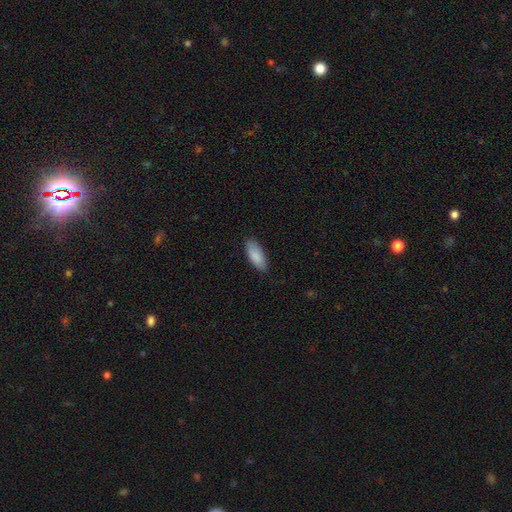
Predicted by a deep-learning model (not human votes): Smooth or featured?
  - smooth: 89% *
  - featured or disk: 6%
  - star or artifact: 5%
How rounded?
  - in between: 81% *
  - cigar-shaped: 17%
  - round: 2%
Merging?
  - none: 83% *
  - minor disturbance: 14%
  - major disturbance: 2%
  - merger: 1%